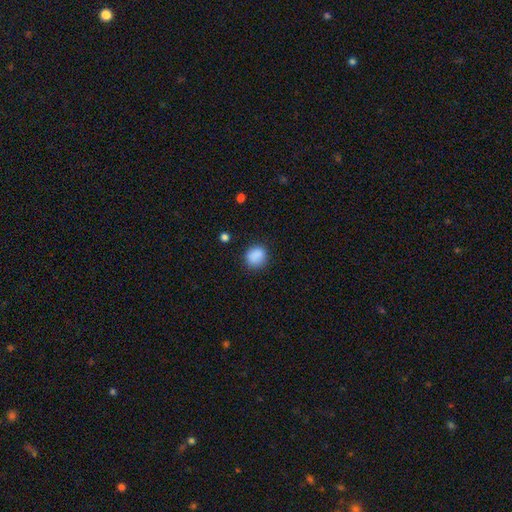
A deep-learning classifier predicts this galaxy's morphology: A smooth galaxy with no disk features (88%) that is round (79%). Merging: none (84%).